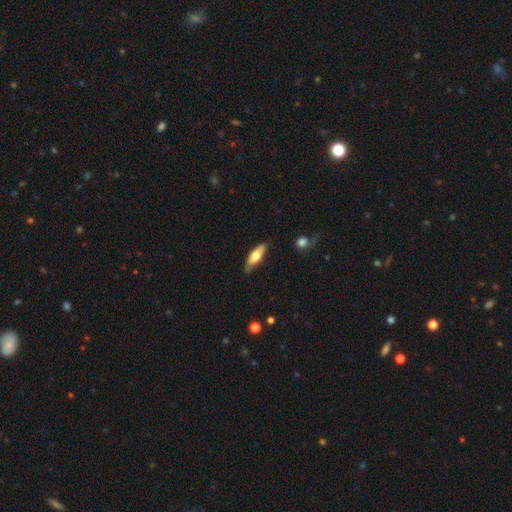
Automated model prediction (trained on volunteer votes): Smooth or featured?
  - smooth: 58% *
  - featured or disk: 37%
  - star or artifact: 5%
How rounded?
  - in between: 55% *
  - cigar-shaped: 43%
  - round: 2%
Merging?
  - none: 72% *
  - minor disturbance: 22%
  - major disturbance: 4%
  - merger: 2%